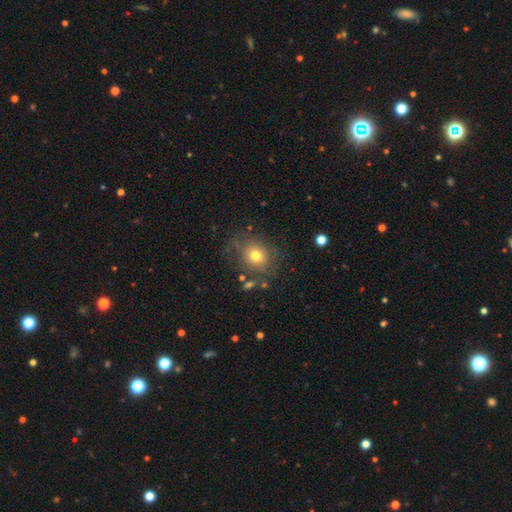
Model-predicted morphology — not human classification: smooth_or_featured: smooth (p=0.69) [alt: featured or disk p=0.18]
how_rounded: round (p=0.71) [alt: in between p=0.28]
merging: none (p=0.68) [alt: minor disturbance p=0.18]